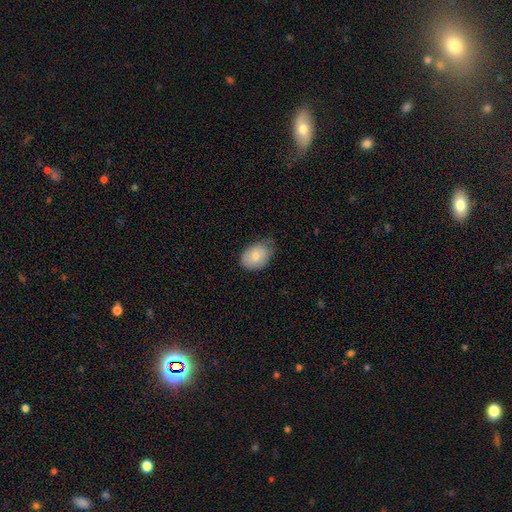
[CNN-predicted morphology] smooth_or_featured: smooth (p=0.78) [alt: featured or disk p=0.15]
how_rounded: in between (p=0.78) [alt: round p=0.21]
merging: none (p=0.53) [alt: minor disturbance p=0.38]